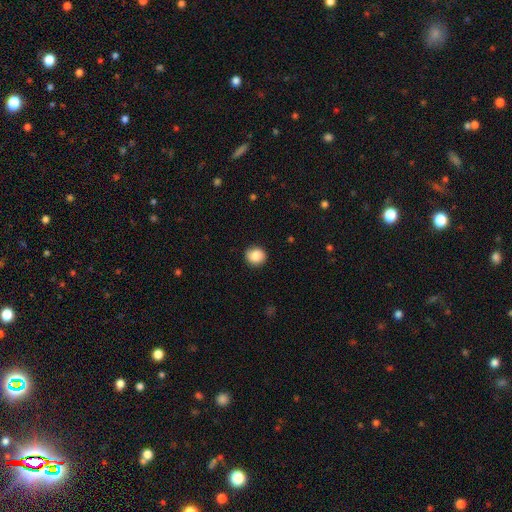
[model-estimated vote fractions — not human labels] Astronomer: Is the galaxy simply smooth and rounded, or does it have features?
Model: smooth — 86%.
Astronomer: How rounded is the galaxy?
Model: round — 87%.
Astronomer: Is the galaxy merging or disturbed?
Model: none — 89%.